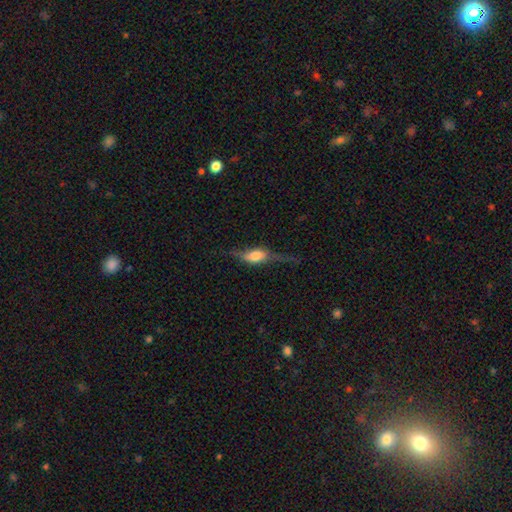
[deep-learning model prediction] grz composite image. It shows a featured or disk galaxy (53%) viewed edge-on (82%). Merging: none (50%).